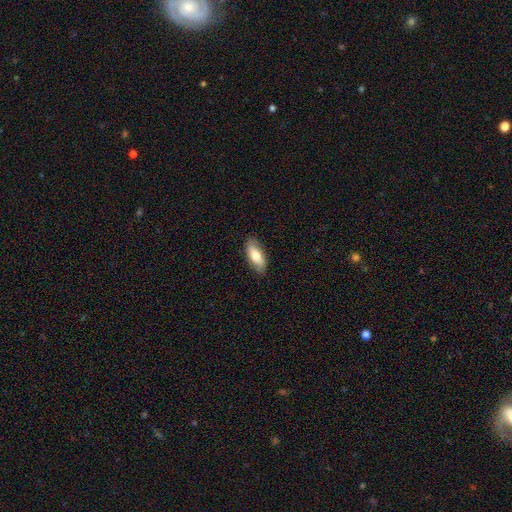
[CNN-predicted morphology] This appears to be a smooth galaxy with no disk features (73%) that is in between round and cigar-shaped (77%). Merging: none (84%).